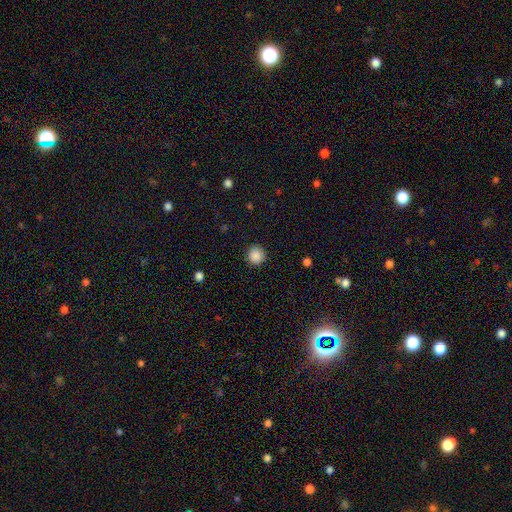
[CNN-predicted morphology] Smooth or featured?
  - smooth: 88% *
  - star or artifact: 9%
  - featured or disk: 2%
How rounded?
  - round: 93% *
  - in between: 6%
  - cigar-shaped: 1%
Merging?
  - none: 91% *
  - minor disturbance: 6%
  - major disturbance: 2%
  - merger: 1%